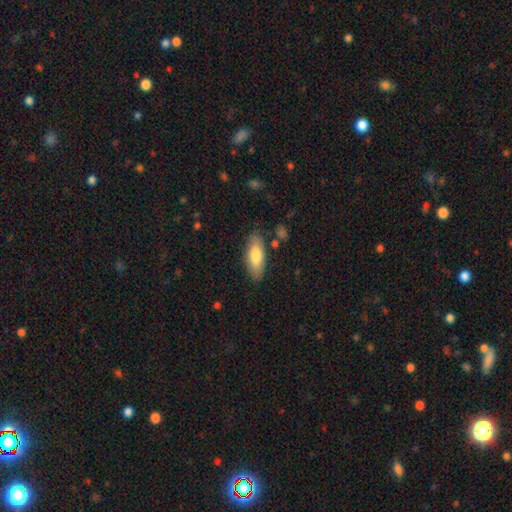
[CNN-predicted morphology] Smooth or featured?
  - smooth: 76% *
  - featured or disk: 18%
  - star or artifact: 6%
How rounded?
  - in between: 76% *
  - cigar-shaped: 22%
  - round: 2%
Merging?
  - none: 82% *
  - minor disturbance: 12%
  - major disturbance: 3%
  - merger: 3%